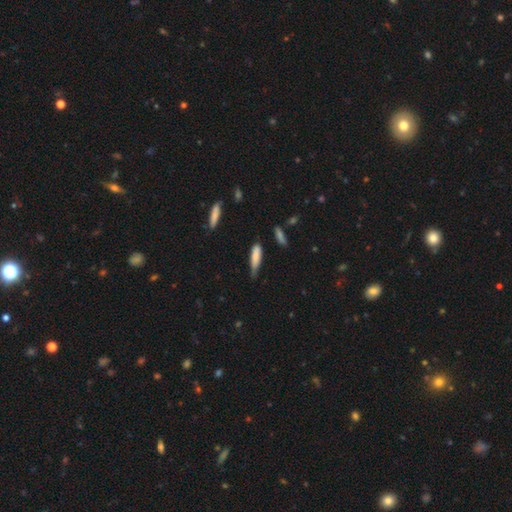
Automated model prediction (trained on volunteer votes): This is likely a smooth galaxy (79%). How rounded: likely cigar-shaped (69%). Merging: possibly none (47%).